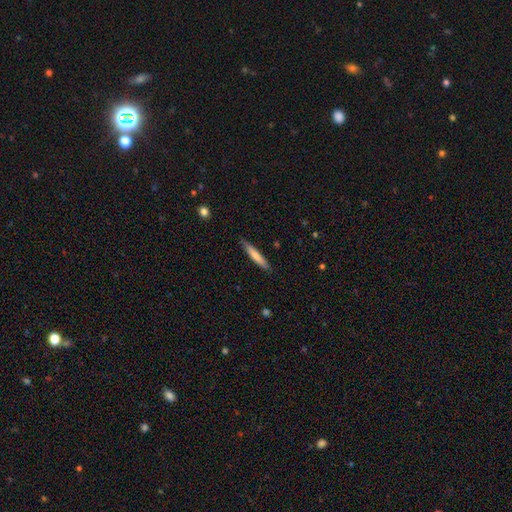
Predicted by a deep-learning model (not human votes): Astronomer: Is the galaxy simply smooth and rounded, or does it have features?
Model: smooth — 72%.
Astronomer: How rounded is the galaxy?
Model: cigar-shaped — 92%.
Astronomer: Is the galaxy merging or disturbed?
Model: none — 87%.